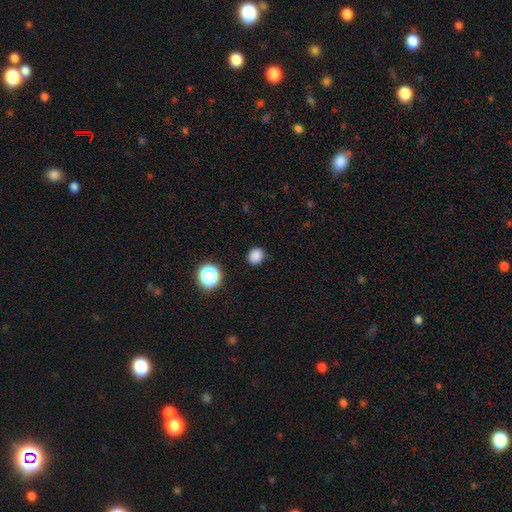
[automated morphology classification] smooth_or_featured: smooth (p=0.84) [alt: star or artifact p=0.13]
how_rounded: round (p=0.70) [alt: in between p=0.29]
merging: none (p=0.87) [alt: minor disturbance p=0.09]